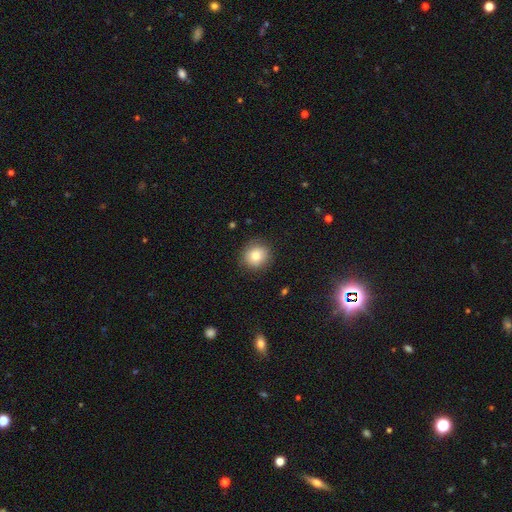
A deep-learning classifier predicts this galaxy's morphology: smooth 80%, featured or disk 10%, star or artifact 10%. Down the decision tree: how rounded — round (88%); merging — none (86%).